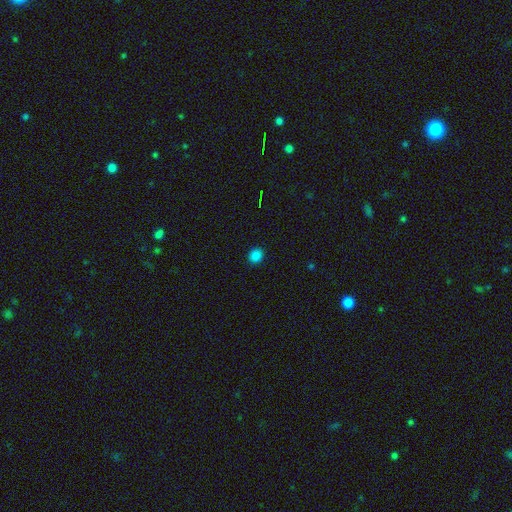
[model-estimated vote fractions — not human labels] smooth 84%, star or artifact 14%, featured or disk 3%. Down the decision tree: how rounded — round (71%); merging — none (91%).